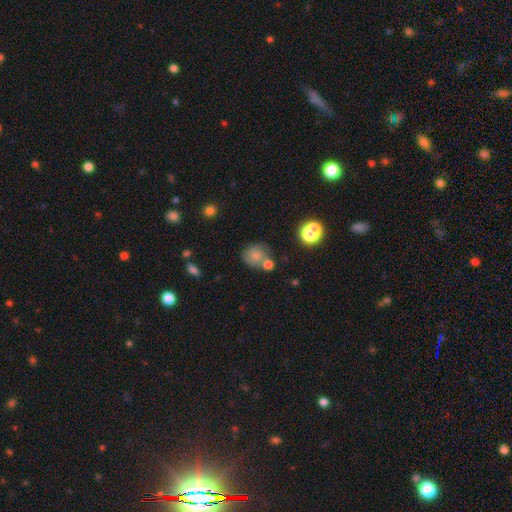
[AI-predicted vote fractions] A smooth galaxy with no disk features (70%) that is round (69%).

Vote fractions:
- Smooth or featured? smooth: 70% / featured or disk: 17% / star or artifact: 13%
- How rounded? round: 69% / in between: 30% / cigar-shaped: 1%
- Merging? none: 50% / merger: 24% / minor disturbance: 18% / major disturbance: 8%